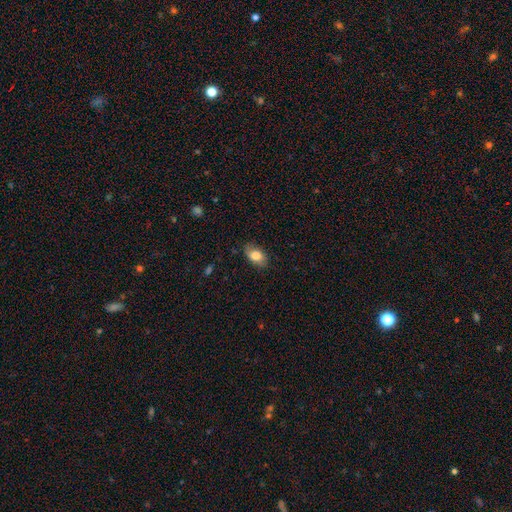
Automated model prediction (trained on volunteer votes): A smooth galaxy with no disk features (79%) that is in between round and cigar-shaped (89%).

Vote fractions:
- Smooth or featured? smooth: 79% / featured or disk: 14% / star or artifact: 7%
- How rounded? in between: 89% / round: 8% / cigar-shaped: 2%
- Merging? none: 79% / minor disturbance: 16% / major disturbance: 3% / merger: 1%